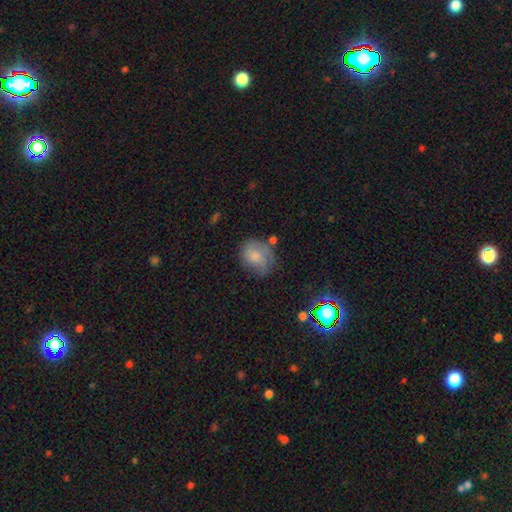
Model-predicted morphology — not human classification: Q: Smooth or featured?
A: smooth (62%); runner-up: featured or disk (28%)
Q: How rounded?
A: round (61%); runner-up: in between (37%)
Q: Merging?
A: none (51%); runner-up: minor disturbance (30%)